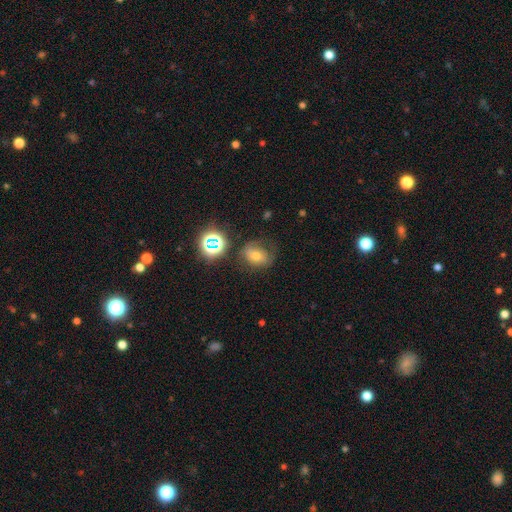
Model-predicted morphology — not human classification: smooth_or_featured: smooth (p=0.49) [alt: featured or disk p=0.26]
merging: none (p=0.56) [alt: minor disturbance p=0.25]